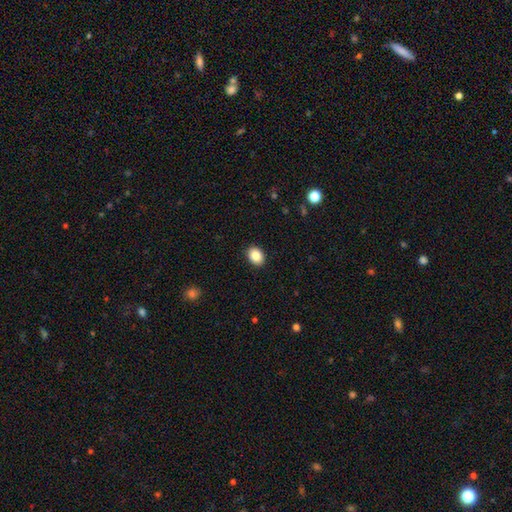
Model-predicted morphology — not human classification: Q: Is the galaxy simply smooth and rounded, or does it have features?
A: smooth — 87%.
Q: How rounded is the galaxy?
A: in between — 67%.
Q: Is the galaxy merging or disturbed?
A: none — 90%.